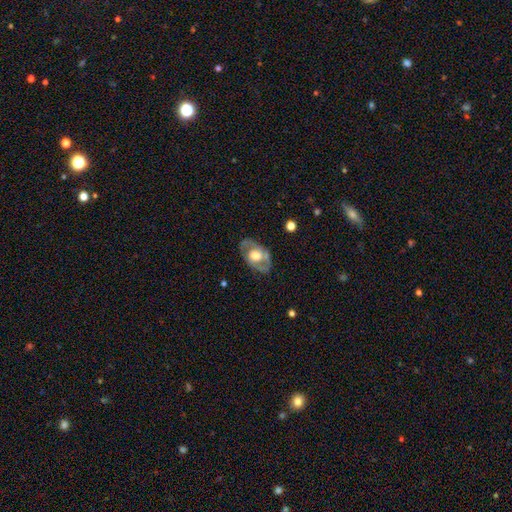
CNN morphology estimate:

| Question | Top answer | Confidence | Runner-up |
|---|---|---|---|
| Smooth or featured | featured or disk | 68% | smooth (26%) |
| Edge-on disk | no | 92% | yes (8%) |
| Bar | no | 72% | weak (22%) |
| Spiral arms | yes | 56% | no (44%) |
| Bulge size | large | 47% | moderate (43%) |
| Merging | none | 75% | minor disturbance (17%) |